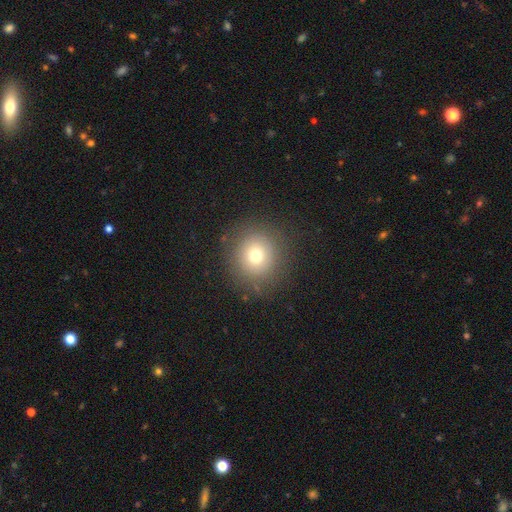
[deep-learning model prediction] The model was most divided on "smooth or featured": smooth: 71%, star or artifact: 15%, featured or disk: 14%. More confident: how rounded — round (93%); merging — none (85%).